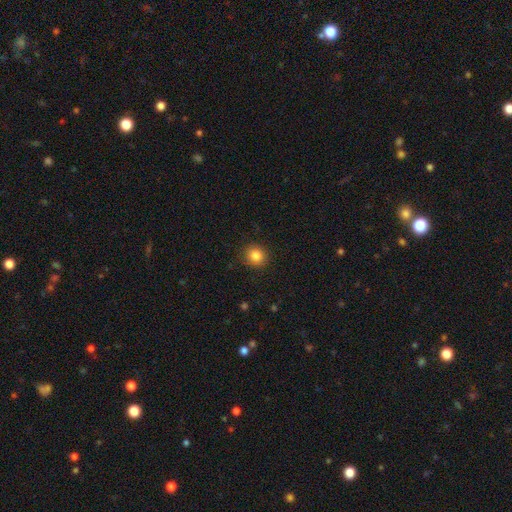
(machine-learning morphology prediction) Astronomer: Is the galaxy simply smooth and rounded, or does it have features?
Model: smooth — 85%.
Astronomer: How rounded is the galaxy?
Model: round — 87%.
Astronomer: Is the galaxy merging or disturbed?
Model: none — 89%.